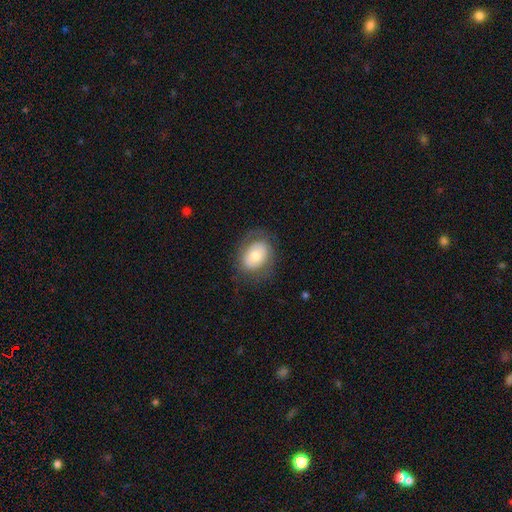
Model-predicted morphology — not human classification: smooth_or_featured: smooth (p=0.62) [alt: featured or disk p=0.30]
how_rounded: in between (p=0.65) [alt: round p=0.34]
merging: none (p=0.73) [alt: minor disturbance p=0.17]